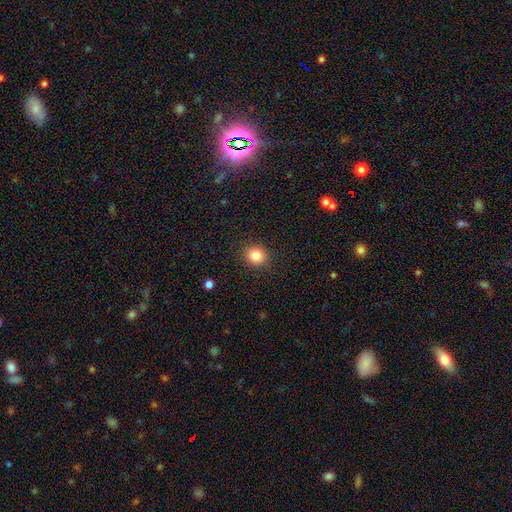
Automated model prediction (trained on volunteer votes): Morphology: type=smooth (83%); roundness=round (84%); merging=none (90%).